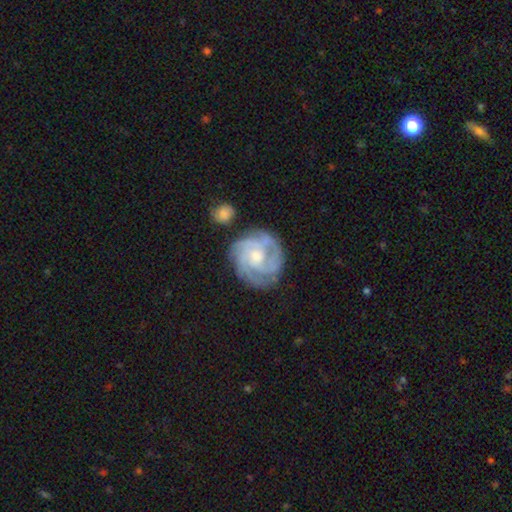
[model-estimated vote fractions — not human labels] A featured or disk galaxy (86%) with no bar (68%), 3 (35%) tight (69%) spiral arms (97%) and a moderate central bulge (55%).

Vote fractions:
- Smooth or featured? featured or disk: 86% / smooth: 8% / star or artifact: 5%
- Edge-on disk? no: 98% / yes: 2%
- Bar? no: 68% / weak: 27% / strong: 5%
- Spiral arms? yes: 97% / no: 3%
- Spiral winding? tight: 69% / medium: 26% / loose: 5%
- Spiral arm count? 3: 35% / 4: 27% / can't tell: 17% / 2: 10% / more than 4: 6% / 1: 5%
- Bulge size? moderate: 55% / small: 38% / large: 3% / none: 2% / dominant: 1%
- Merging? none: 77% / minor disturbance: 15% / major disturbance: 4% / merger: 3%